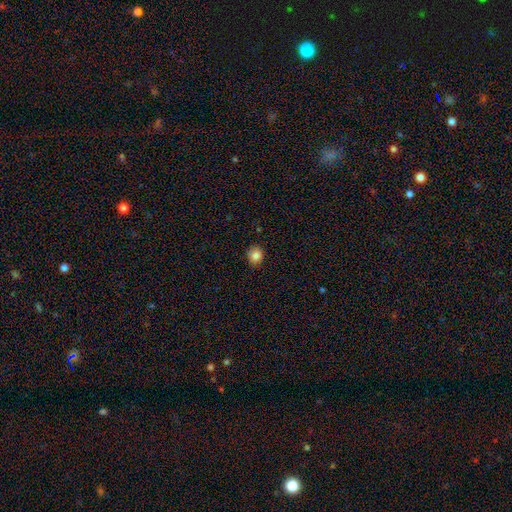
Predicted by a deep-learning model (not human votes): Smooth or featured: smooth — 85% (star or artifact — 11%)
How rounded: round — 78% (in between — 21%)
Merging: none — 87% (minor disturbance — 10%)